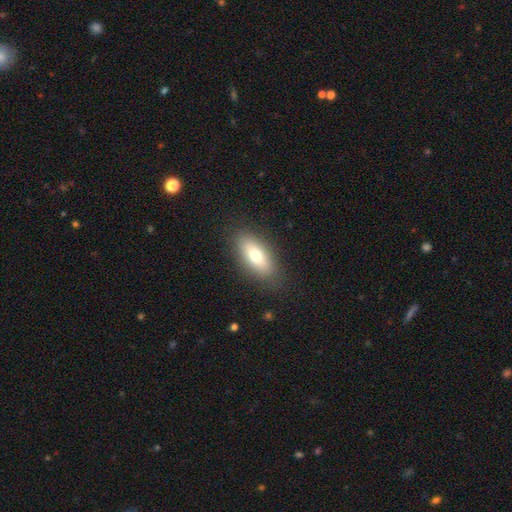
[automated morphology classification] Q: Smooth or featured?
A: smooth (74%); runner-up: featured or disk (19%)
Q: How rounded?
A: in between (79%); runner-up: cigar-shaped (17%)
Q: Merging?
A: none (85%); runner-up: minor disturbance (10%)